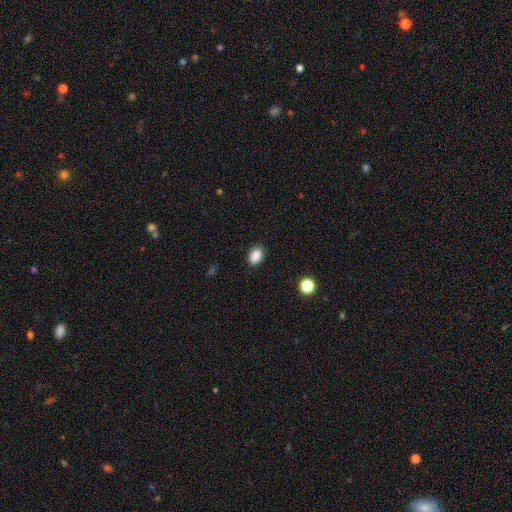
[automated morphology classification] This appears to be a smooth galaxy with no disk features (87%) that is in between round and cigar-shaped (80%). Merging: none (87%).